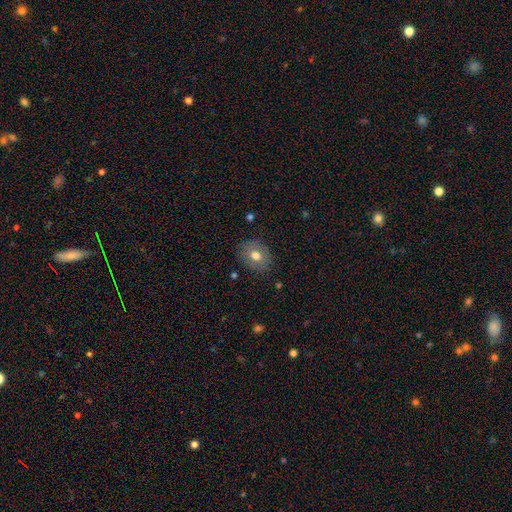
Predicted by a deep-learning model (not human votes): This appears to be a smooth galaxy with no disk features (73%) that is round (57%). Merging: none (84%).